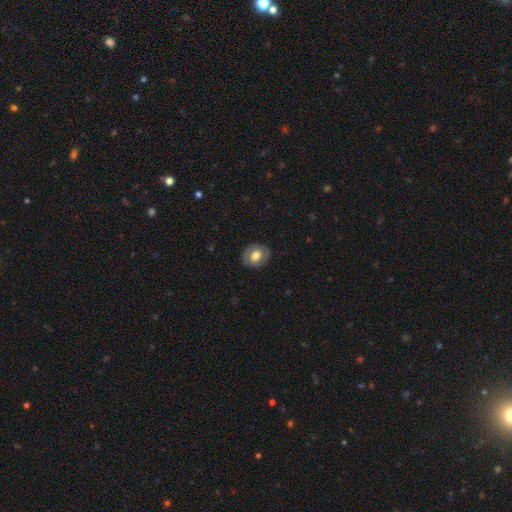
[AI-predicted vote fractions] smooth 62%, featured or disk 30%, star or artifact 7%. Down the decision tree: how rounded — round (60%); merging — none (85%).